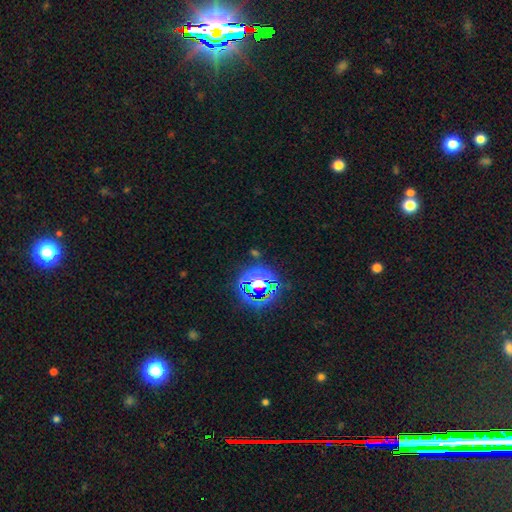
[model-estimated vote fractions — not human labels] Smooth or featured: star or artifact — 78% (smooth — 13%)